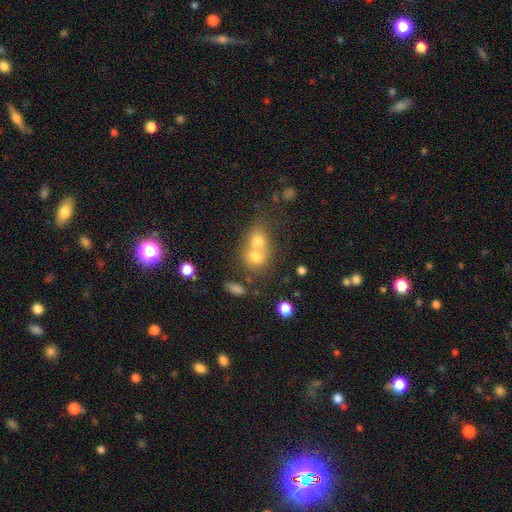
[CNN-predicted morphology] The model was most divided on "how rounded": round: 64%, in between: 35%, cigar-shaped: 1%. More confident: merging — merger (68%); smooth or featured — smooth (67%).